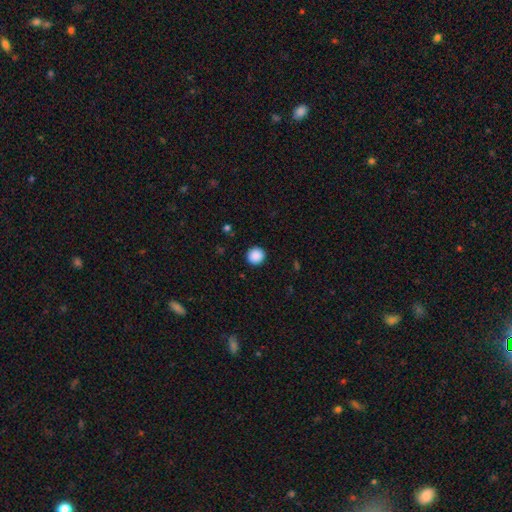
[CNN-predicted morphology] A smooth galaxy with no disk features (89%) that is round (94%).

Vote fractions:
- Smooth or featured? smooth: 89% / star or artifact: 9% / featured or disk: 2%
- How rounded? round: 94% / in between: 5% / cigar-shaped: 1%
- Merging? none: 92% / minor disturbance: 5% / major disturbance: 2% / merger: 1%